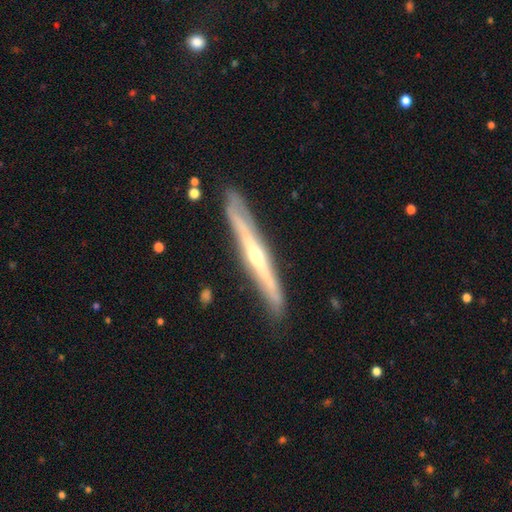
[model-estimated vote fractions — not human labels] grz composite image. It shows a featured or disk galaxy (76%) viewed edge-on (93%) with a rounded central bulge (79%). Merging: none (84%).